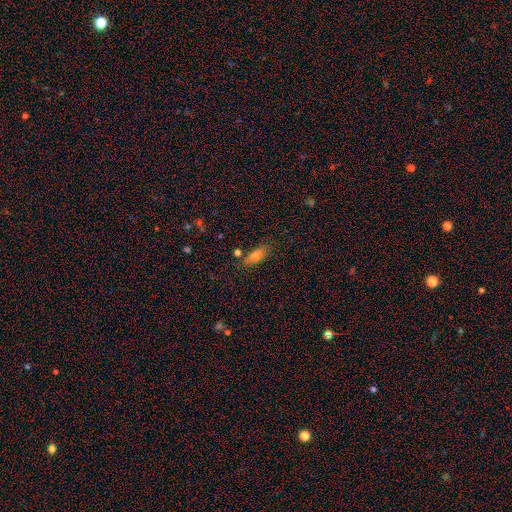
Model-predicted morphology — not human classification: Q: Smooth or featured?
A: smooth (73%); runner-up: featured or disk (16%)
Q: How rounded?
A: in between (74%); runner-up: cigar-shaped (21%)
Q: Merging?
A: none (73%); runner-up: minor disturbance (17%)